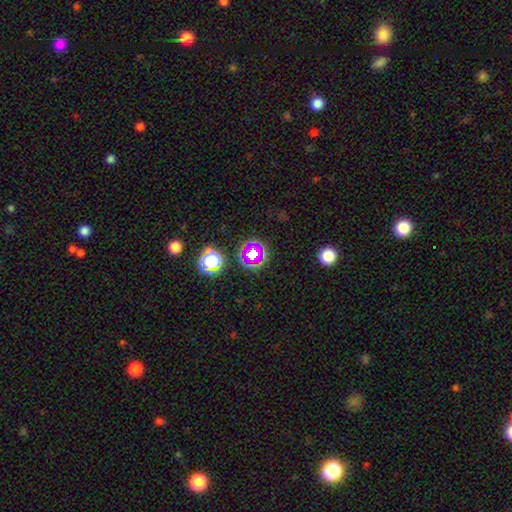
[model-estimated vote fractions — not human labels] Q: Smooth or featured?
A: star or artifact (57%); runner-up: smooth (32%)